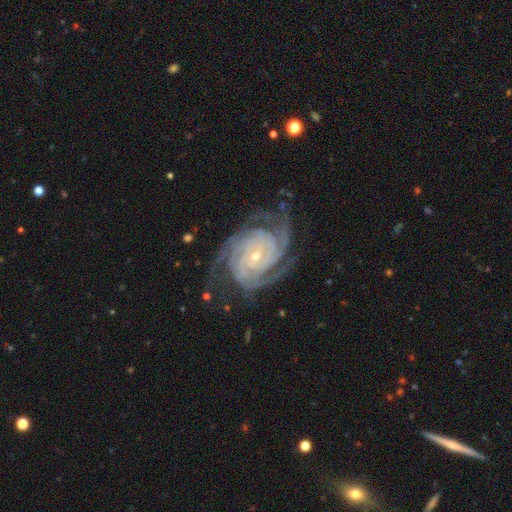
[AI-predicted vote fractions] Overall: featured or disk (92%). Edge-on disk: no (98%). Bar: no (59%; weak 27%). Spiral arms: yes (99%). Spiral arm count: 4 (34%; 3 22%). Spiral winding: tight (79%). Bulge size: small (75%). Merging: none (73%).